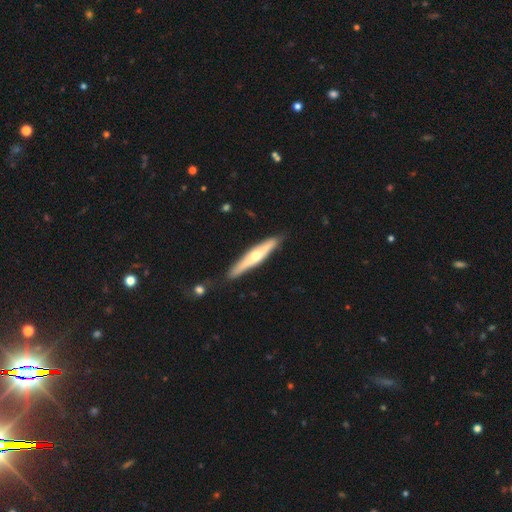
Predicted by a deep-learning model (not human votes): featured or disk 62%, smooth 33%, star or artifact 5%. Down the decision tree: edge-on disk — yes (92%); edge-on bulge — rounded (90%); merging — none (84%).